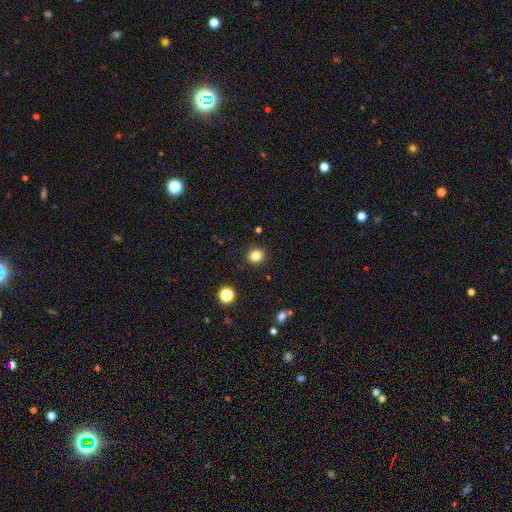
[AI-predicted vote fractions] Smooth or featured?
  - smooth: 83% *
  - star or artifact: 13%
  - featured or disk: 4%
How rounded?
  - round: 87% *
  - in between: 12%
  - cigar-shaped: 1%
Merging?
  - none: 91% *
  - minor disturbance: 6%
  - major disturbance: 2%
  - merger: 1%